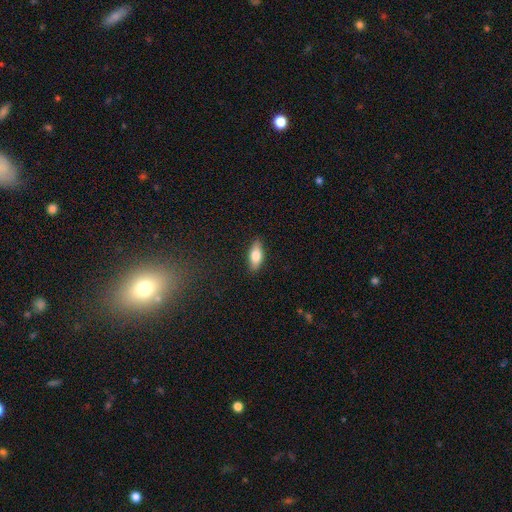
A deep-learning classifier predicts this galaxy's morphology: This appears to be a smooth galaxy with no disk features (75%) that is in between round and cigar-shaped (76%). Merging: none (88%).